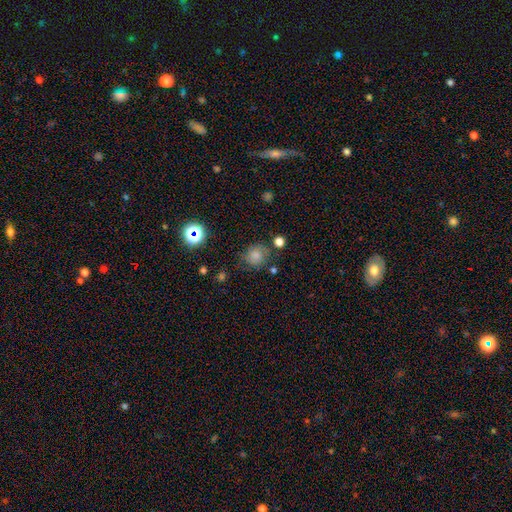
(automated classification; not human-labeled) smooth 76%, star or artifact 16%, featured or disk 9%. Down the decision tree: how rounded — round (81%); merging — none (71%).